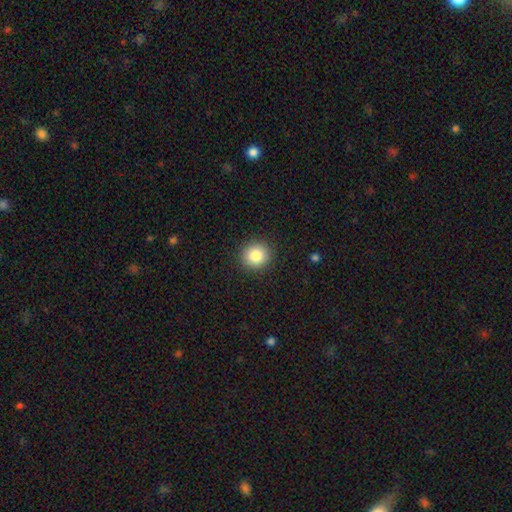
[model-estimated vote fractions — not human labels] Morphology: type=smooth (85%); roundness=round (87%); merging=none (90%).